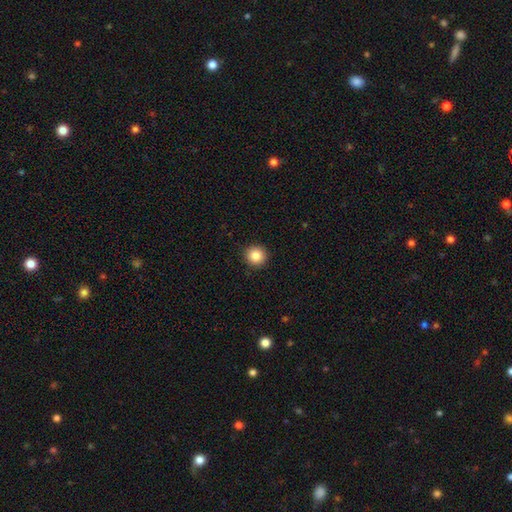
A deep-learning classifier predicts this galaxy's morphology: smooth-or-featured: smooth: 86% | star or artifact: 10% | featured or disk: 5%
  how-rounded: round: 94% | in between: 5% | cigar-shaped: 1%
  merging: none: 92% | minor disturbance: 5% | major disturbance: 2% | merger: 1%